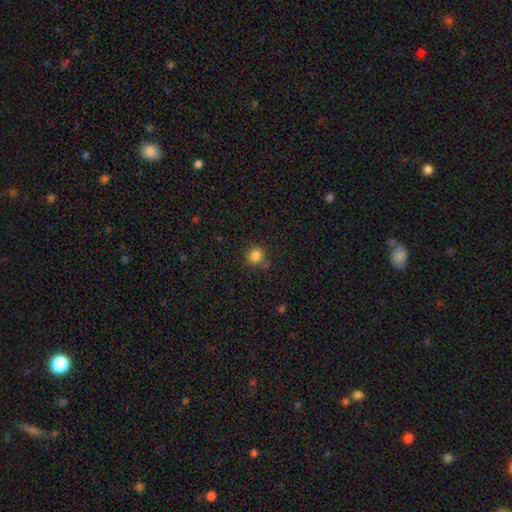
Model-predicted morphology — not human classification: type=smooth (84%); roundness=round (87%); merging=none (75%).